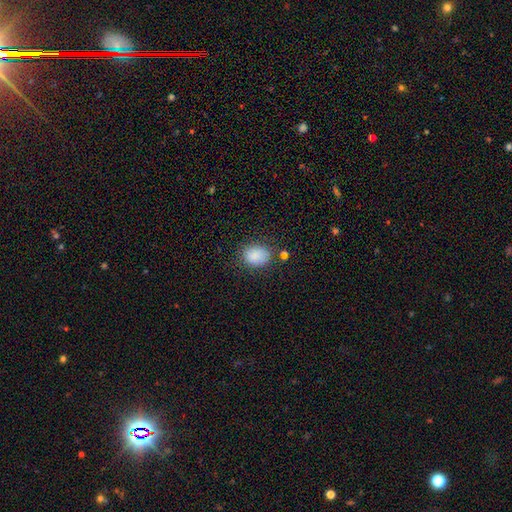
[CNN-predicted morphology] smooth-or-featured: smooth: 87% | star or artifact: 9% | featured or disk: 5%
  how-rounded: in between: 71% | round: 28% | cigar-shaped: 1%
  merging: none: 72% | minor disturbance: 18% | major disturbance: 5% | merger: 4%